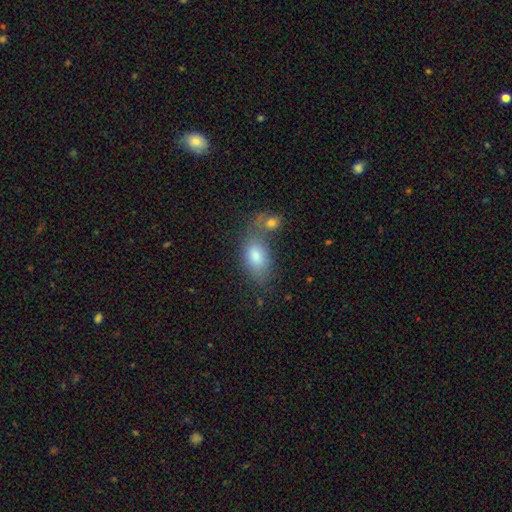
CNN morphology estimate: smooth_or_featured: smooth (p=0.79) [alt: featured or disk p=0.12]
how_rounded: in between (p=0.90) [alt: round p=0.07]
merging: none (p=0.47) [alt: merger p=0.28]